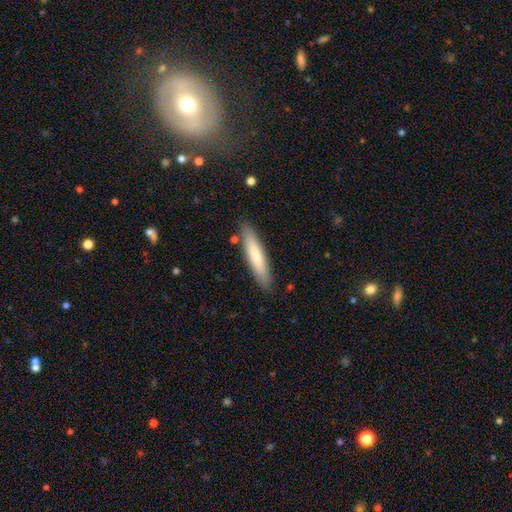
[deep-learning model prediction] smooth_or_featured: smooth (p=0.73) [alt: featured or disk p=0.22]
how_rounded: cigar-shaped (p=0.85) [alt: in between p=0.13]
merging: none (p=0.87) [alt: minor disturbance p=0.09]